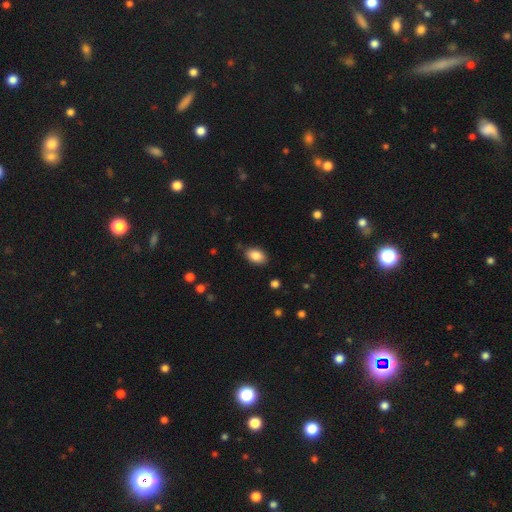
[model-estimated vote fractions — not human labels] smooth-or-featured: smooth: 86% | star or artifact: 8% | featured or disk: 6%
  how-rounded: in between: 89% | round: 9% | cigar-shaped: 1%
  merging: none: 85% | minor disturbance: 11% | major disturbance: 3% | merger: 1%